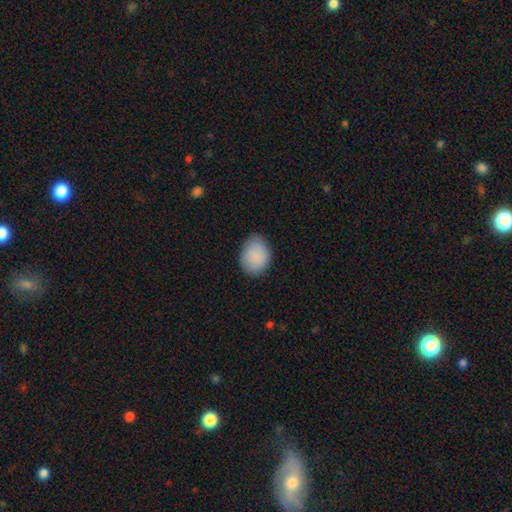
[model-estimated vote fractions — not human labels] Smooth or featured: smooth — 88% (star or artifact — 6%)
How rounded: in between — 61% (round — 38%)
Merging: none — 80% (minor disturbance — 16%)